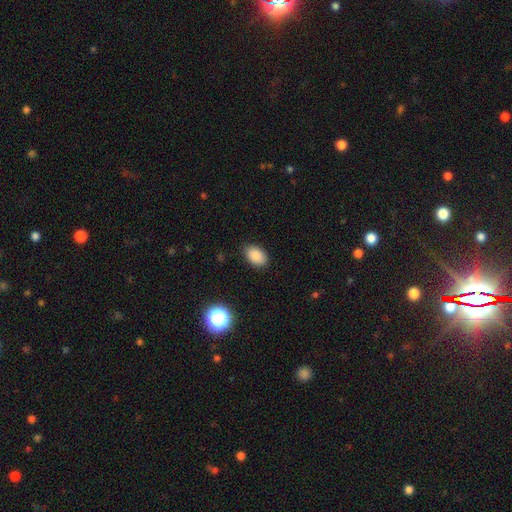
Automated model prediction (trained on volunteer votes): smooth_or_featured: smooth (p=0.86) [alt: star or artifact p=0.09]
how_rounded: in between (p=0.89) [alt: round p=0.10]
merging: none (p=0.88) [alt: minor disturbance p=0.09]